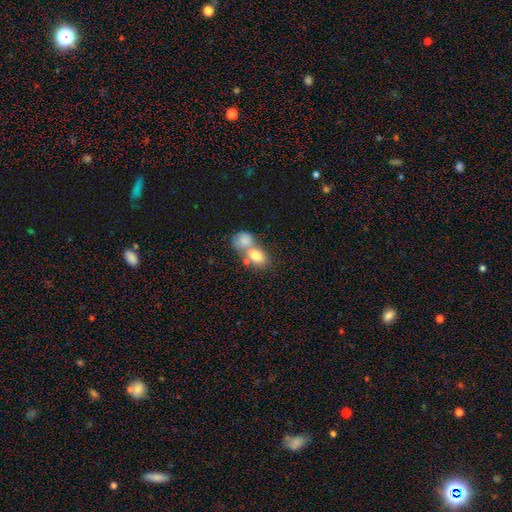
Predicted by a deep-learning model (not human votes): Smooth or featured? Predicted: smooth (p=0.76). How rounded? Predicted: in between (p=0.74). Merging? Predicted: merger (p=0.63).